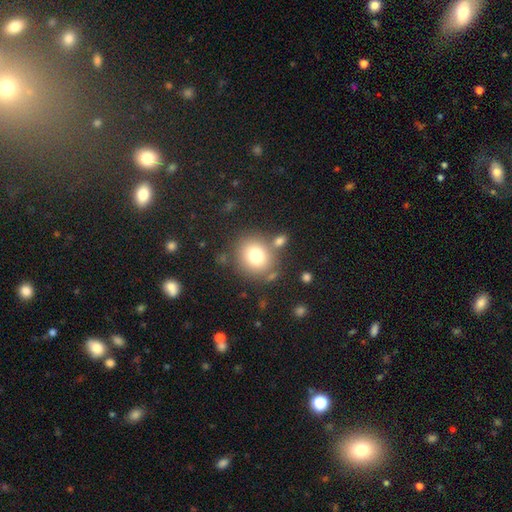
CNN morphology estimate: type=smooth (76%); roundness=round (78%); merging=none (74%).